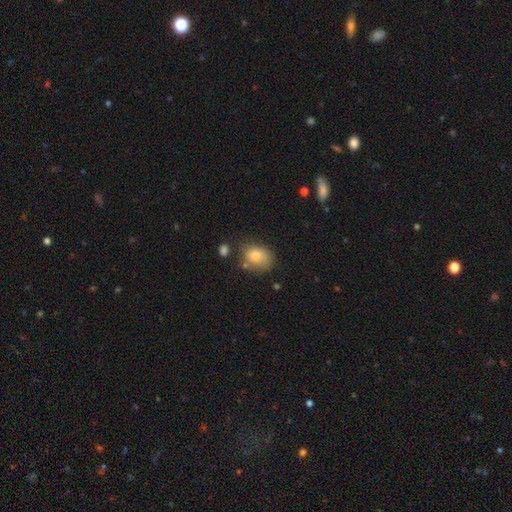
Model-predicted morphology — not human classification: This is clearly a smooth galaxy (81%). How rounded: likely in between (69%). Merging: likely none (63%).